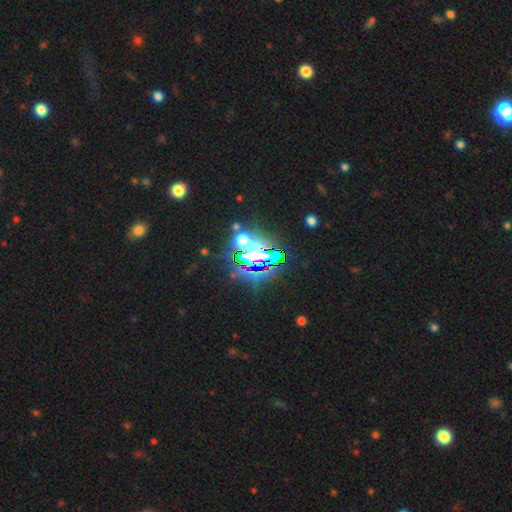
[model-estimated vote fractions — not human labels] A star or artifact, not a galaxy (76%).